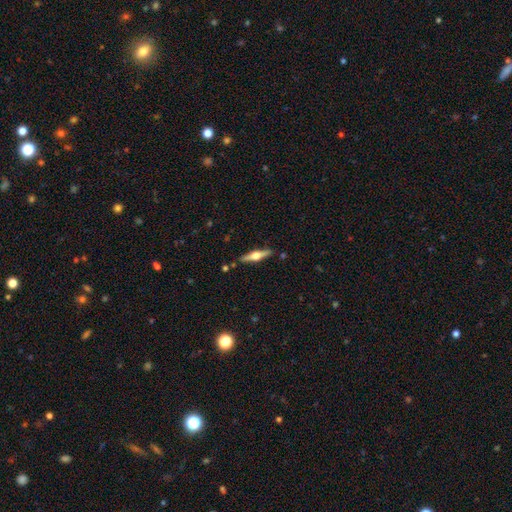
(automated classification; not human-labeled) A featured or disk galaxy (69%) viewed edge-on (97%) with a rounded central bulge (94%). Merging: none (88%).